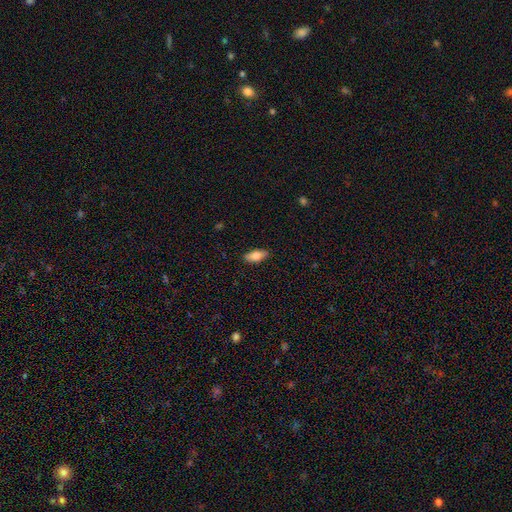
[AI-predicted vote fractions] smooth_or_featured: smooth (p=0.80) [alt: featured or disk p=0.13]
how_rounded: in between (p=0.81) [alt: cigar-shaped p=0.16]
merging: none (p=0.87) [alt: minor disturbance p=0.10]